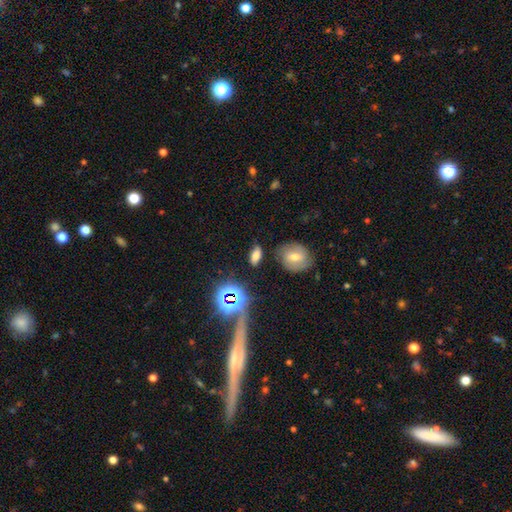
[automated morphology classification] This is likely a smooth galaxy (65%). How rounded: likely in between (80%). Merging: likely none (78%).